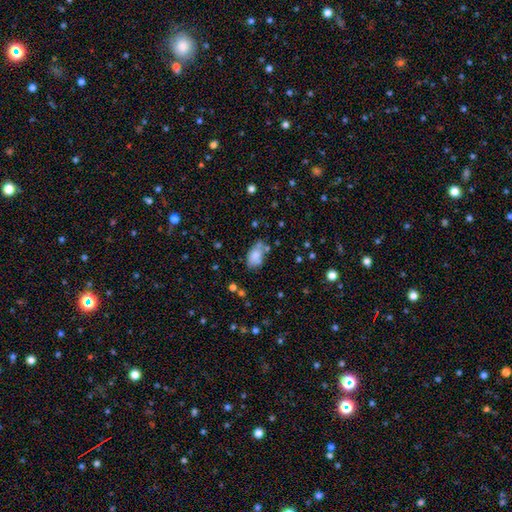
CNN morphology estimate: Smooth or featured?
  - smooth: 76% *
  - featured or disk: 14%
  - star or artifact: 10%
How rounded?
  - in between: 86% *
  - round: 12%
  - cigar-shaped: 2%
Merging?
  - none: 54% *
  - minor disturbance: 24%
  - merger: 14%
  - major disturbance: 8%